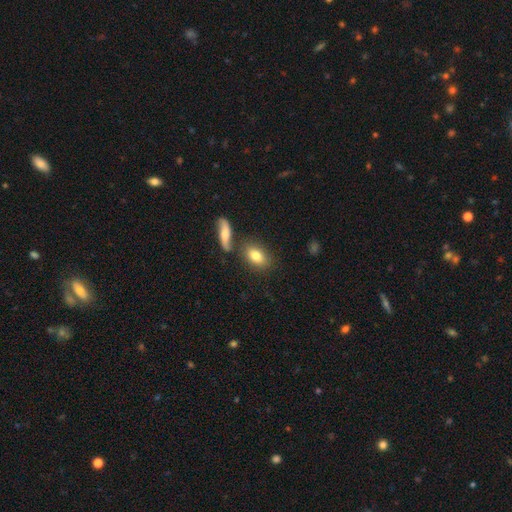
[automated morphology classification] Smooth or featured?
  - smooth: 80% *
  - featured or disk: 13%
  - star or artifact: 7%
How rounded?
  - in between: 83% *
  - round: 12%
  - cigar-shaped: 5%
Merging?
  - none: 69% *
  - merger: 14%
  - minor disturbance: 12%
  - major disturbance: 4%